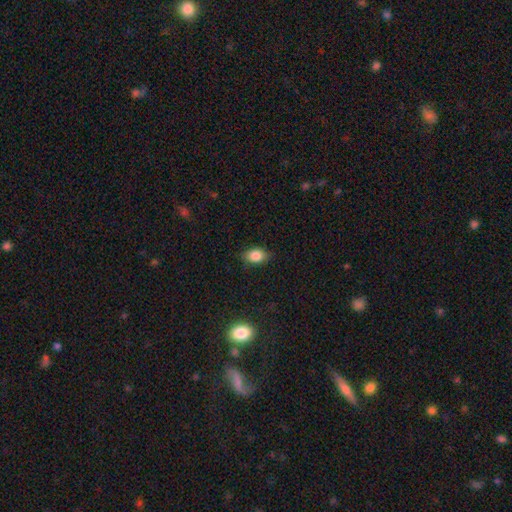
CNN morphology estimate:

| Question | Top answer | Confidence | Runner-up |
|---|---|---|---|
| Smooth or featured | smooth | 83% | star or artifact (9%) |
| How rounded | in between | 80% | round (18%) |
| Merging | none | 83% | minor disturbance (13%) |